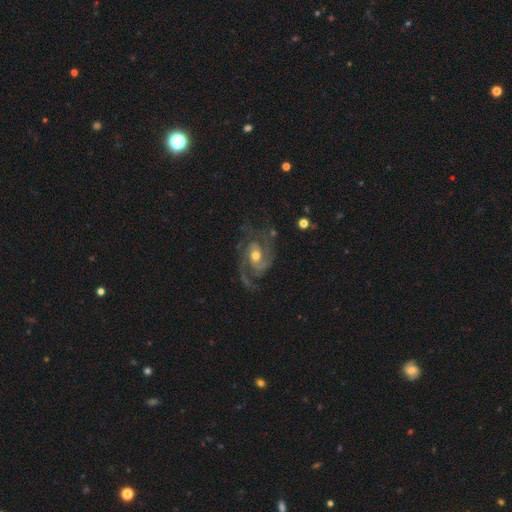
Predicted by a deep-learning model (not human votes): Q: Smooth or featured?
A: featured or disk (91%); runner-up: smooth (5%)
Q: Edge-on disk?
A: no (97%); runner-up: yes (3%)
Q: Bar?
A: no (59%); runner-up: weak (31%)
Q: Spiral arms?
A: yes (97%); runner-up: no (3%)
Q: Spiral winding?
A: medium (47%); runner-up: tight (40%)
Q: Spiral arm count?
A: 2 (52%); runner-up: 3 (23%)
Q: Bulge size?
A: moderate (69%); runner-up: small (23%)
Q: Merging?
A: none (65%); runner-up: minor disturbance (18%)